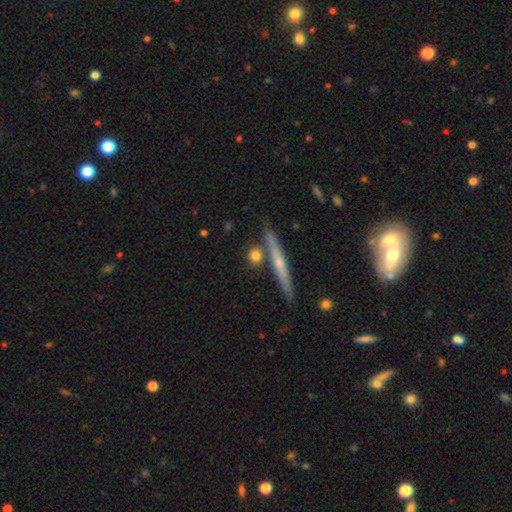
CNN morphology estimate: This appears to be a smooth galaxy with no disk features (72%) that is round (68%). Merging: none (74%).